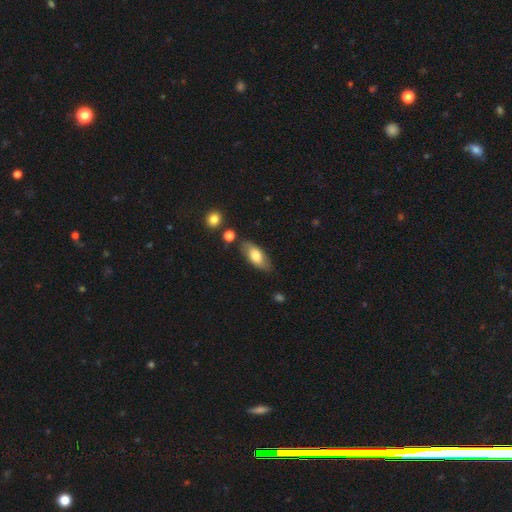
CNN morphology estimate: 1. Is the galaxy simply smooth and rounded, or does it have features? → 72% smooth, 22% featured or disk, 6% star or artifact.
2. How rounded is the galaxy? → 85% in between, 12% cigar-shaped, 3% round.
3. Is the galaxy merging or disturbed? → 79% none, 14% minor disturbance, 3% merger, 3% major disturbance.